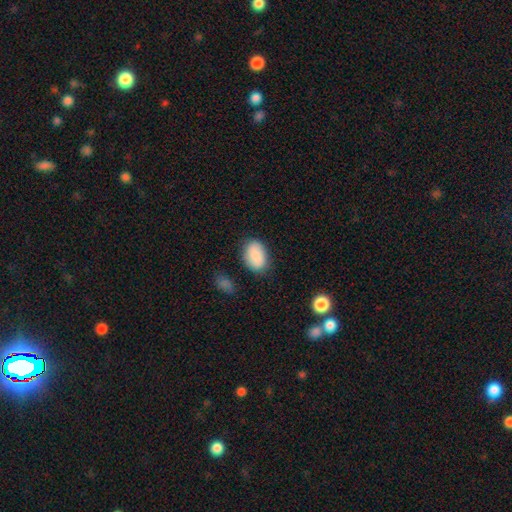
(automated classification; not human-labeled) smooth 84%, featured or disk 9%, star or artifact 7%. Down the decision tree: how rounded — in between (86%); merging — none (79%).